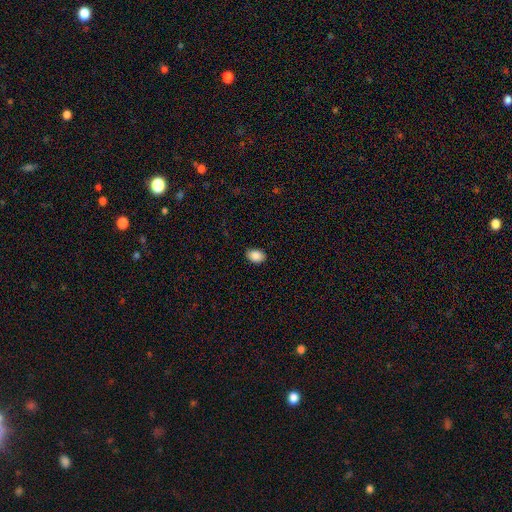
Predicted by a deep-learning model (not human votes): Smooth or featured? Predicted: smooth (p=0.89). How rounded? Predicted: in between (p=0.78). Merging? Predicted: none (p=0.87).